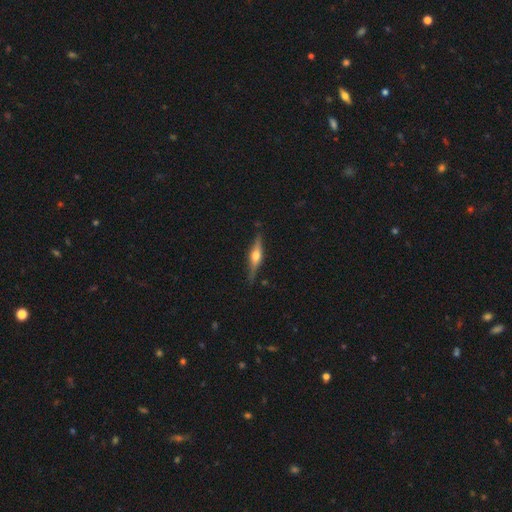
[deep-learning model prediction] smooth-or-featured: featured or disk: 71% | smooth: 23% | star or artifact: 6%
  disk-edge-on: yes: 97% | no: 3%
    edge-on-bulge: rounded: 93% | boxy: 5% | none: 2%
  merging: none: 85% | minor disturbance: 11% | major disturbance: 2% | merger: 1%